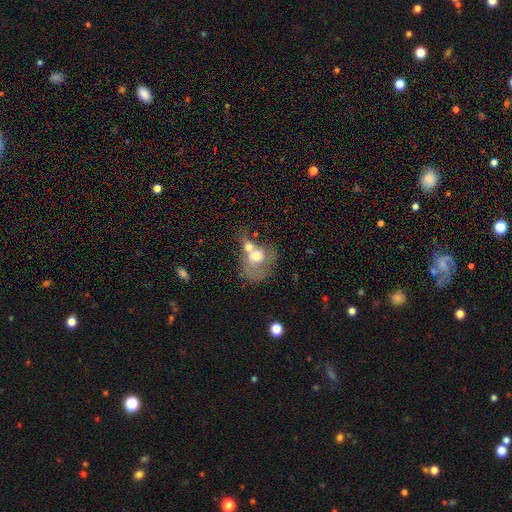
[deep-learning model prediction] smooth-or-featured: smooth: 54% | featured or disk: 36% | star or artifact: 9%
  how-rounded: round: 51% | in between: 48% | cigar-shaped: 1%
  merging: merger: 63% | major disturbance: 15% | none: 13% | minor disturbance: 9%